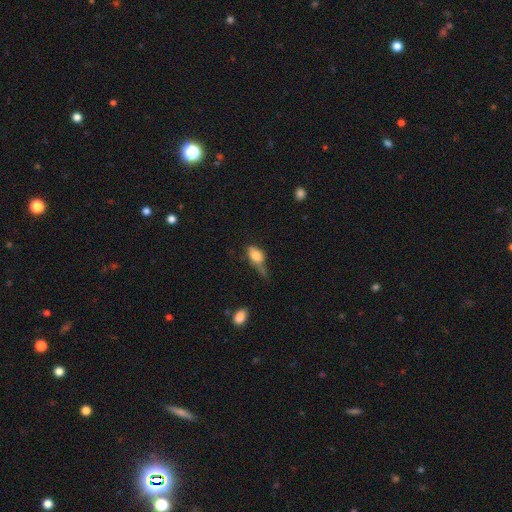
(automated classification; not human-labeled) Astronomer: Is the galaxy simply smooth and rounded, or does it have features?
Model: smooth — 71%.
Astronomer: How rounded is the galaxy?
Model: in between — 81%.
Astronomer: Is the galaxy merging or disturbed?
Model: minor disturbance — 35% (runner-up: major disturbance, 30%).